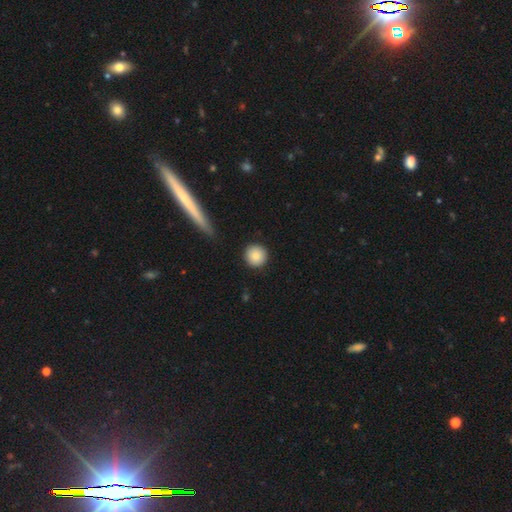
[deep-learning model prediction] Overall: smooth (86%). How rounded: round (95%). Merging: none (90%).